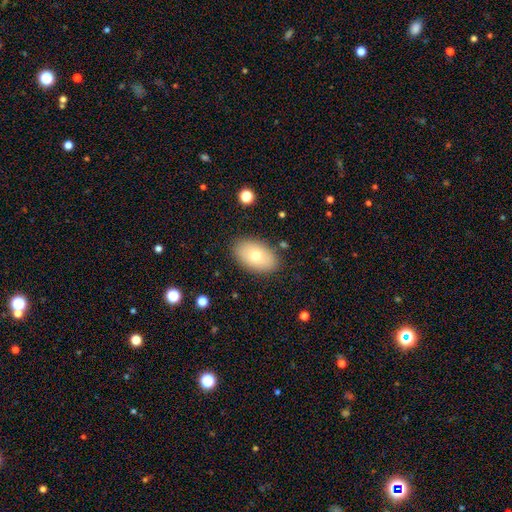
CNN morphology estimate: A smooth galaxy with no disk features (72%) that is in between round and cigar-shaped (91%).

Vote fractions:
- Smooth or featured? smooth: 72% / featured or disk: 21% / star or artifact: 8%
- How rounded? in between: 91% / round: 8% / cigar-shaped: 1%
- Merging? none: 86% / minor disturbance: 10% / major disturbance: 3% / merger: 1%